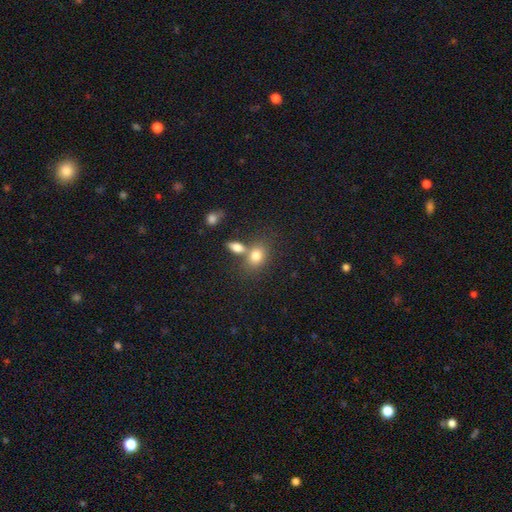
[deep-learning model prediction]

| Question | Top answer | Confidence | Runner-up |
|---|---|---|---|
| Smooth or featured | smooth | 78% | featured or disk (11%) |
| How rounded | in between | 64% | round (34%) |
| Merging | none | 48% | merger (36%) |